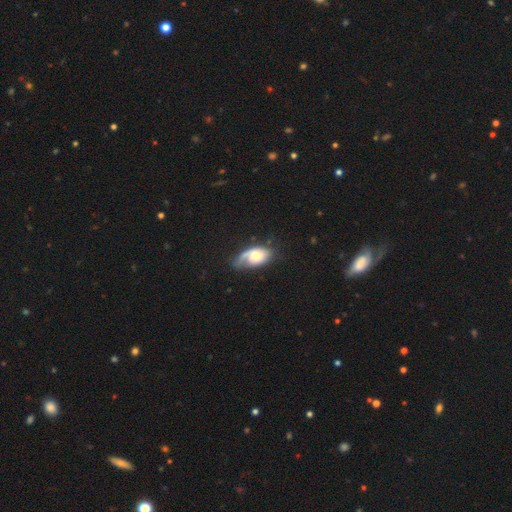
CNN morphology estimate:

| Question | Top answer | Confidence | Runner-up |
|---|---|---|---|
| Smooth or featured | featured or disk | 51% | smooth (43%) |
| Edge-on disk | no | 92% | yes (8%) |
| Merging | none | 43% | minor disturbance (28%) |